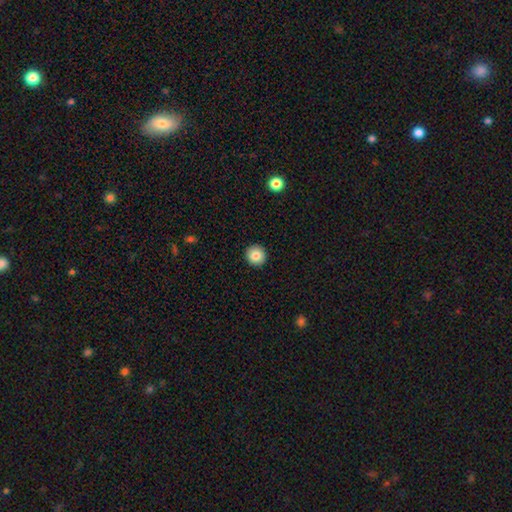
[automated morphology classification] Smooth or featured? Predicted: smooth (p=0.83). How rounded? Predicted: round (p=0.94). Merging? Predicted: none (p=0.93).